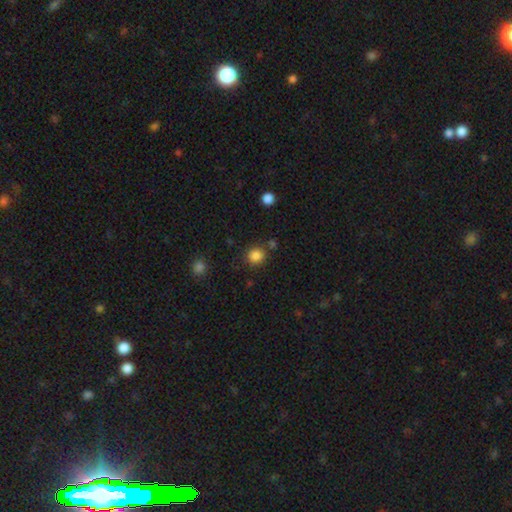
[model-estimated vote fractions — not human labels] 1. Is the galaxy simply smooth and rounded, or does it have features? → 85% smooth, 11% star or artifact, 4% featured or disk.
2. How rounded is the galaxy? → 88% round, 11% in between, 1% cigar-shaped.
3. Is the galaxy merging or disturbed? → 82% none, 9% minor disturbance, 5% merger, 3% major disturbance.